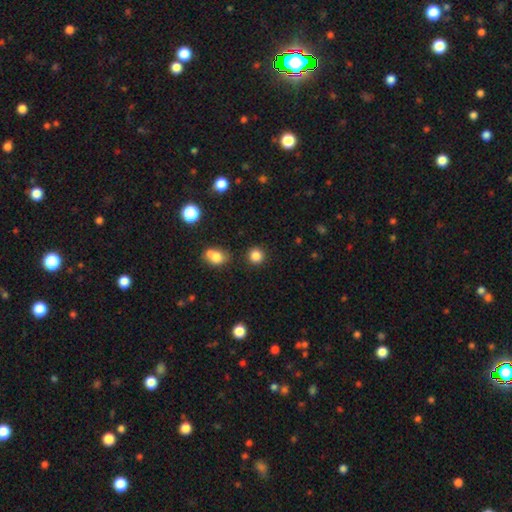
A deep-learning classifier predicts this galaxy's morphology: smooth-or-featured: smooth: 84% | star or artifact: 11% | featured or disk: 4%
  how-rounded: round: 91% | in between: 8% | cigar-shaped: 1%
  merging: none: 87% | minor disturbance: 7% | merger: 4% | major disturbance: 2%